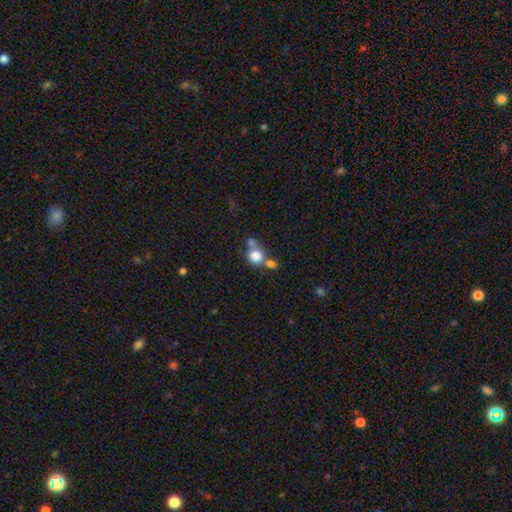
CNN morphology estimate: Smooth or featured? Predicted: smooth (p=0.79). How rounded? Predicted: round (p=0.80). Merging? Predicted: merger (p=0.47).